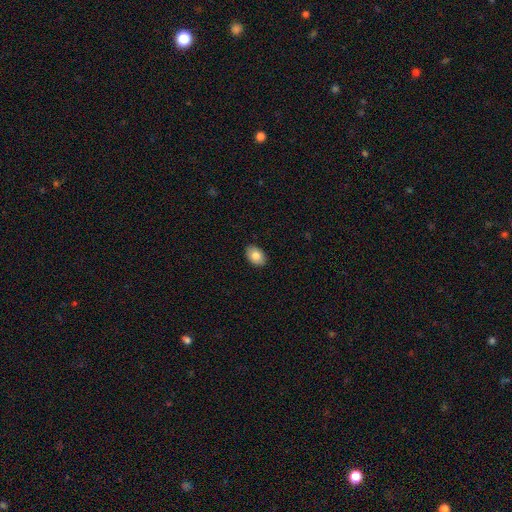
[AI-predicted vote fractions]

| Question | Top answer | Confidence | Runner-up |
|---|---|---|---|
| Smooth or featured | smooth | 82% | featured or disk (11%) |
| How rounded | in between | 85% | round (14%) |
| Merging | none | 90% | minor disturbance (7%) |